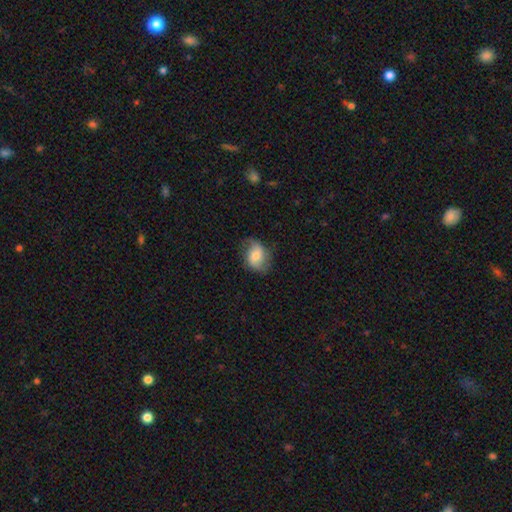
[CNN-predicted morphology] Q: Smooth or featured?
A: smooth (54%); runner-up: featured or disk (39%)
Q: How rounded?
A: in between (66%); runner-up: round (32%)
Q: Merging?
A: none (65%); runner-up: minor disturbance (25%)